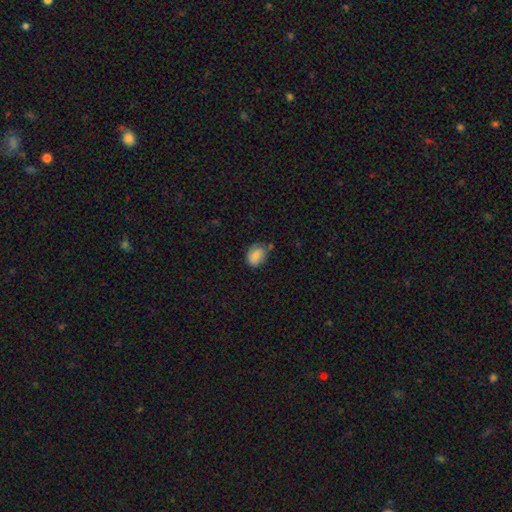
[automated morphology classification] The model was most divided on "how rounded": in between: 60%, round: 39%, cigar-shaped: 1%. More confident: smooth or featured — smooth (82%); merging — none (61%).